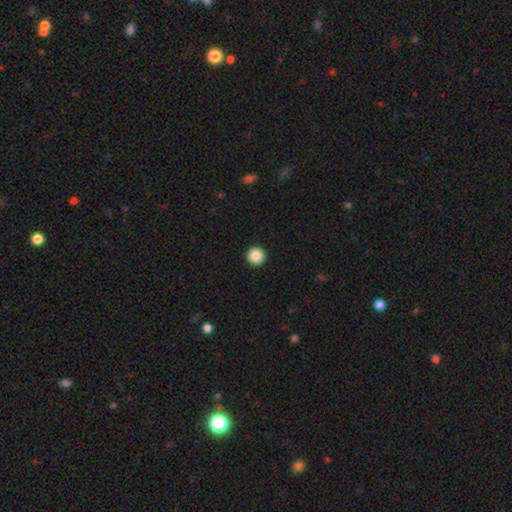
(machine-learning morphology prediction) This is clearly a smooth galaxy (87%). How rounded: clearly round (96%). Merging: clearly none (94%).